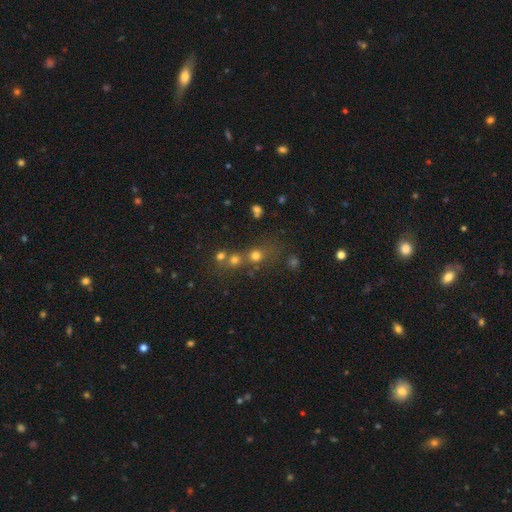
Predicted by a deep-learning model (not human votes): smooth 61%, star or artifact 26%, featured or disk 13%. Down the decision tree: how rounded — round (83%); merging — none (49%).